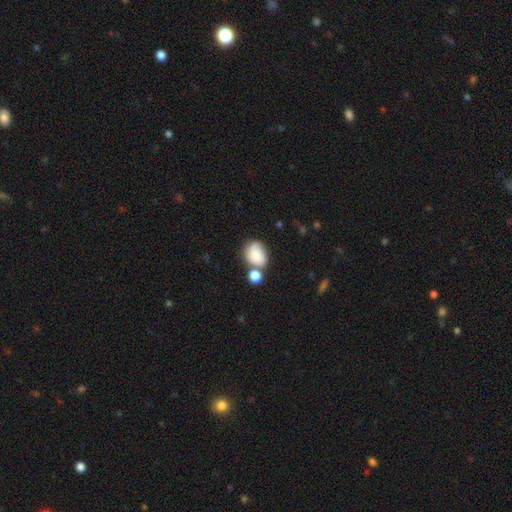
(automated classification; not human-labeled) smooth-or-featured: smooth: 73% | featured or disk: 19% | star or artifact: 9%
  how-rounded: in between: 64% | round: 34% | cigar-shaped: 1%
  merging: none: 45% | merger: 28% | minor disturbance: 19% | major disturbance: 7%